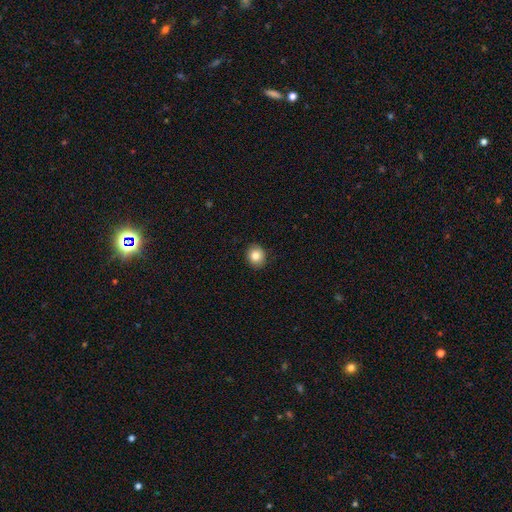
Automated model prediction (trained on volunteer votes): Smooth or featured: smooth — 84% (star or artifact — 9%)
How rounded: round — 79% (in between — 20%)
Merging: none — 91% (minor disturbance — 6%)